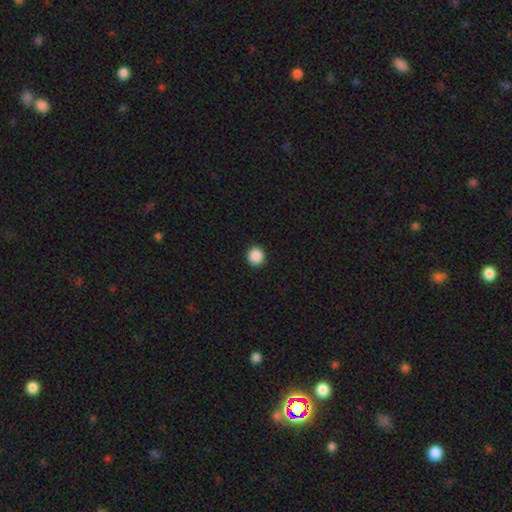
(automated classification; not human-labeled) This is clearly a smooth galaxy (88%). How rounded: clearly round (94%). Merging: clearly none (93%).